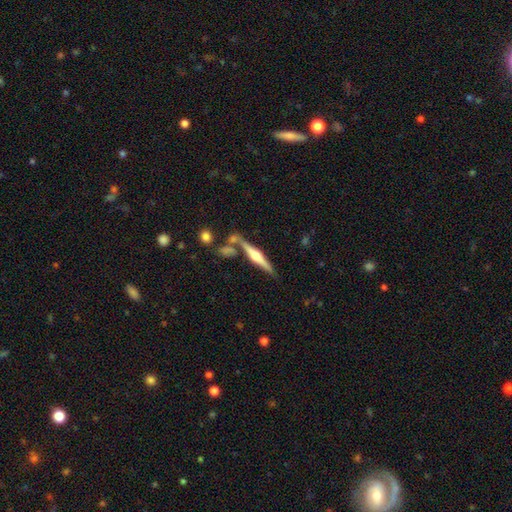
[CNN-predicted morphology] This appears to be a featured or disk galaxy (73%) viewed edge-on (97%) with a rounded central bulge (92%). Merging: none (73%).